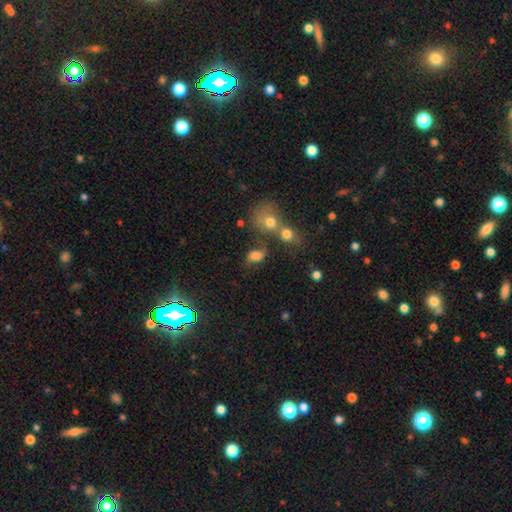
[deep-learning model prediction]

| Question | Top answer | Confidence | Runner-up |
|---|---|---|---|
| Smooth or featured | smooth | 72% | star or artifact (15%) |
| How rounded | in between | 72% | round (26%) |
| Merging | none | 46% | merger (25%) |